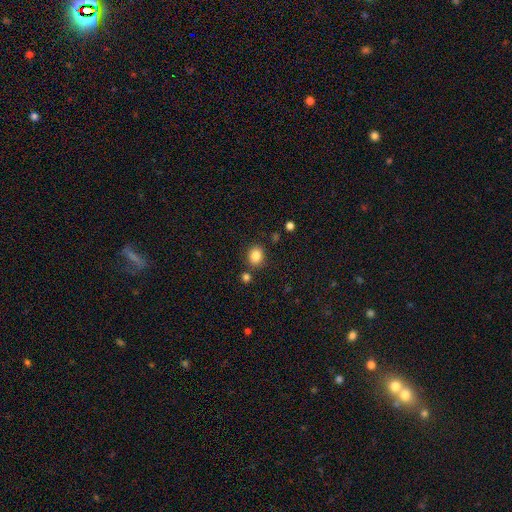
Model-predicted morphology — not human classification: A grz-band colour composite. It shows a smooth galaxy with no disk features (85%) that is round (64%). Merging: none (81%).